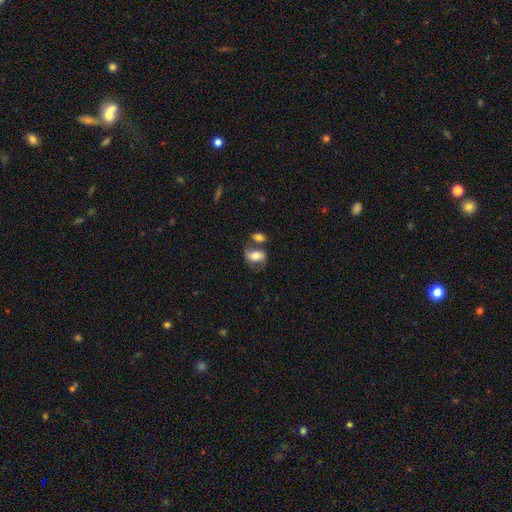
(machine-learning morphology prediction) smooth_or_featured: smooth (p=0.64) [alt: featured or disk p=0.27]
how_rounded: in between (p=0.82) [alt: round p=0.14]
merging: none (p=0.44) [alt: merger p=0.32]